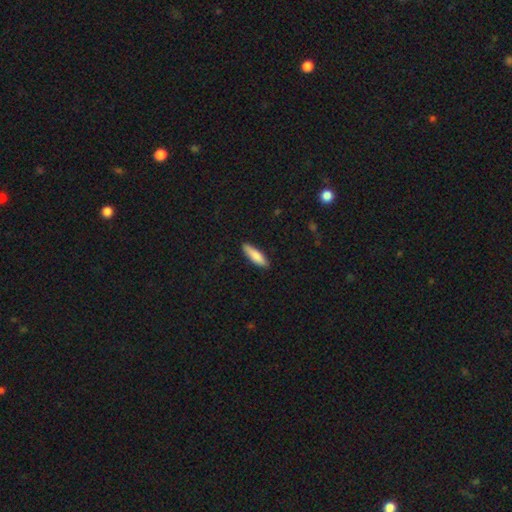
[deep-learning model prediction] Smooth or featured? smooth (85%)
How rounded? cigar-shaped (60%)
Merging? none (87%)